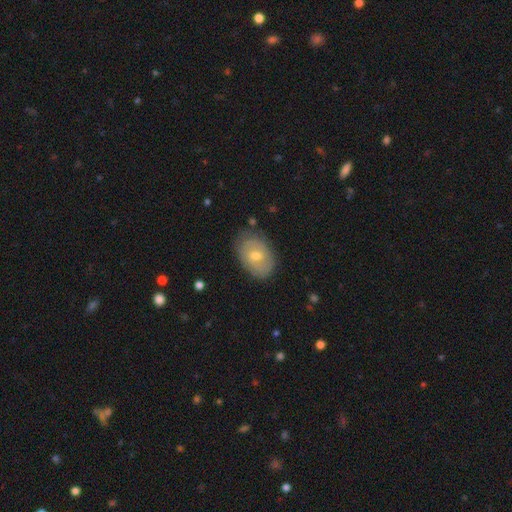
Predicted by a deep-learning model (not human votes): smooth_or_featured: smooth (p=0.50) [alt: featured or disk p=0.43]
merging: none (p=0.79) [alt: minor disturbance p=0.16]